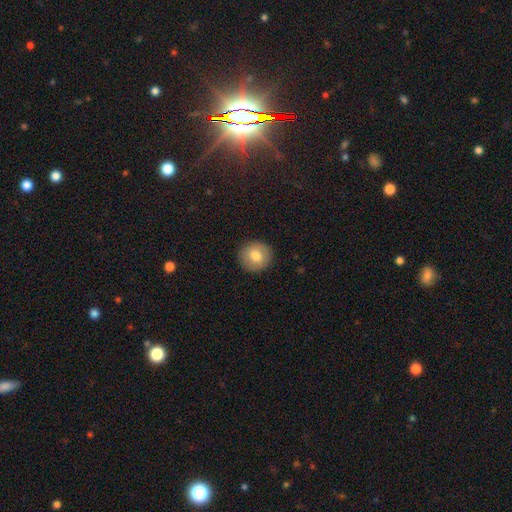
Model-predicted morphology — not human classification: This appears to be a smooth galaxy with no disk features (78%) that is round (91%). Merging: none (91%).